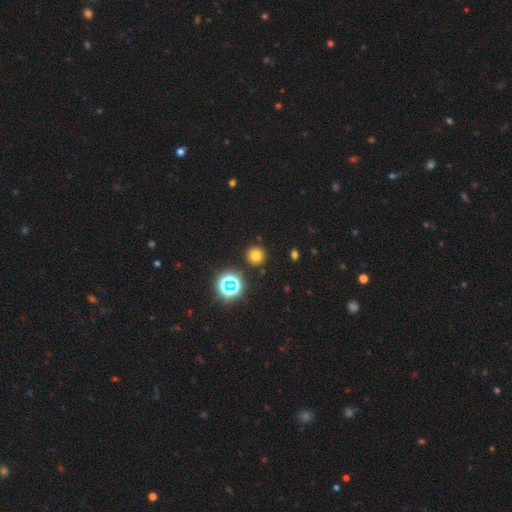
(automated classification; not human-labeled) Smooth or featured? smooth (70%)
How rounded? round (95%)
Merging? none (89%)